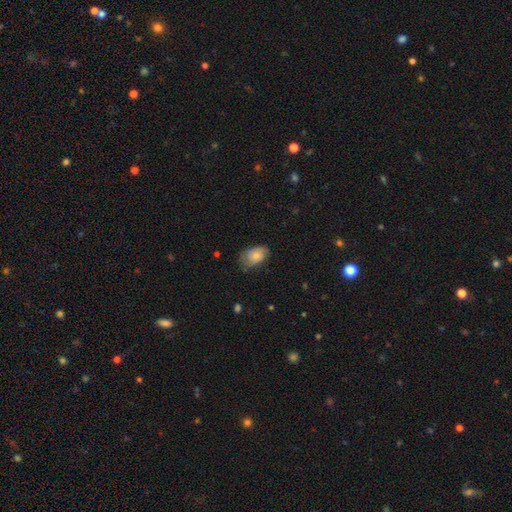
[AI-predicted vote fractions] smooth-or-featured: smooth: 75% | featured or disk: 17% | star or artifact: 7%
  how-rounded: in between: 88% | round: 10% | cigar-shaped: 1%
  merging: none: 59% | minor disturbance: 31% | major disturbance: 9% | merger: 1%